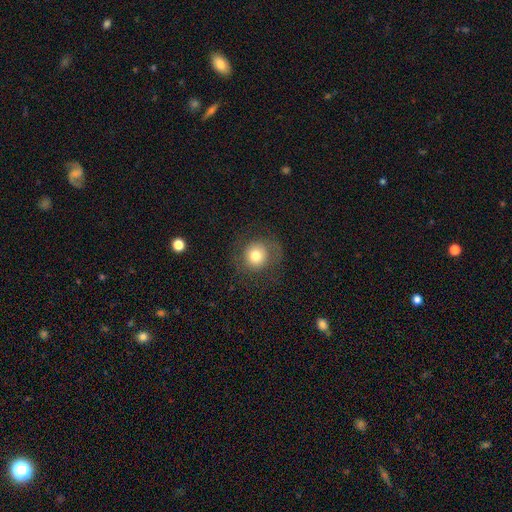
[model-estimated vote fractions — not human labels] A smooth galaxy with no disk features (72%) that is round (88%).

Vote fractions:
- Smooth or featured? smooth: 72% / featured or disk: 17% / star or artifact: 11%
- How rounded? round: 88% / in between: 11% / cigar-shaped: 1%
- Merging? none: 74% / minor disturbance: 13% / major disturbance: 11% / merger: 1%